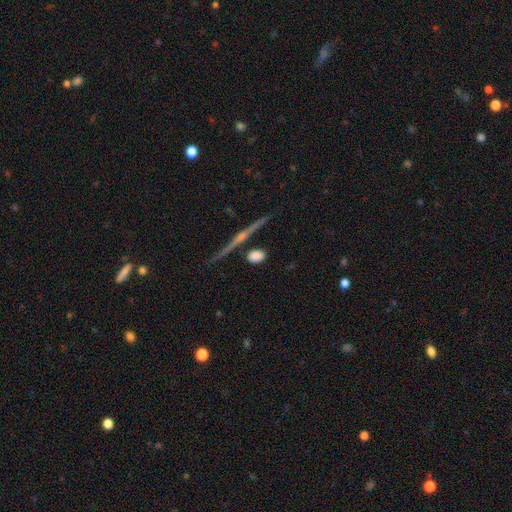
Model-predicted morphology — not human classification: A smooth galaxy with no disk features (74%) that is in between round and cigar-shaped (60%). Merging: none (76%).